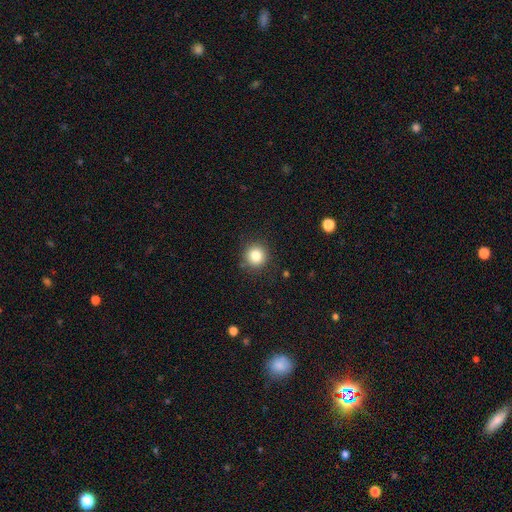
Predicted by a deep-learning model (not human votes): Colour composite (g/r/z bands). It shows a smooth galaxy with no disk features (83%) that is round (92%). Merging: none (88%).